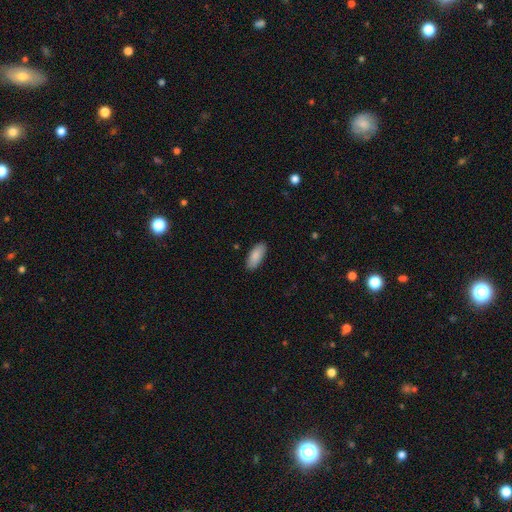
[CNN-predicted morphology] Smooth or featured? smooth (88%)
How rounded? in between (86%)
Merging? none (88%)